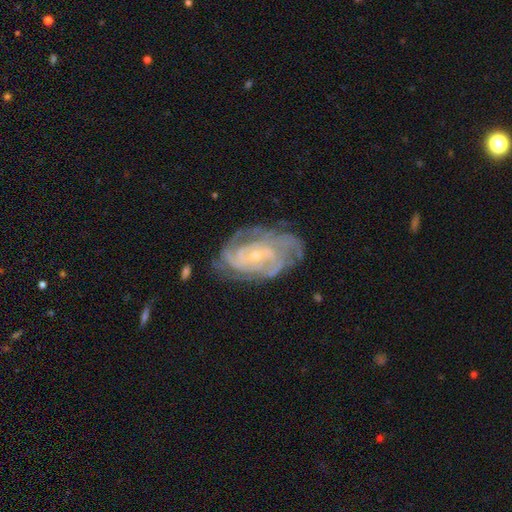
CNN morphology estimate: smooth-or-featured: featured or disk: 88% | smooth: 6% | star or artifact: 6%
  disk-edge-on: no: 97% | yes: 3%
    bar: no: 66% | weak: 27% | strong: 7%
    has-spiral-arms: yes: 96% | no: 4%
      spiral-winding: tight: 69% | medium: 26% | loose: 5%
      spiral-arm-count: can't tell: 30% | 2: 21% | 3: 21% | 4: 16% | more than 4: 7% | 1: 6%
    bulge-size: small: 74% | moderate: 23% | none: 1% | large: 1% | dominant: 1%
  merging: none: 67% | minor disturbance: 21% | major disturbance: 9% | merger: 2%